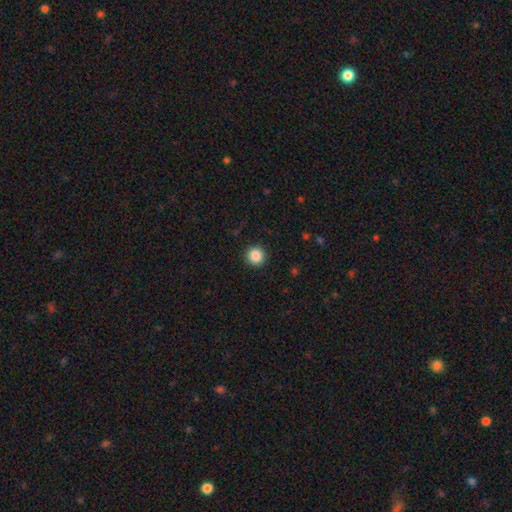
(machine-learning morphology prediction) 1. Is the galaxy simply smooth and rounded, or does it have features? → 87% smooth, 10% star or artifact, 4% featured or disk.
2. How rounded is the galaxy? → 95% round, 4% in between, 1% cigar-shaped.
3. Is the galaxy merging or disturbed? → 92% none, 5% minor disturbance, 2% major disturbance, 1% merger.